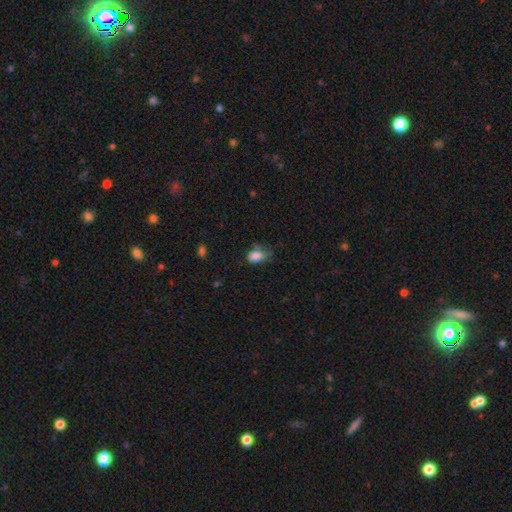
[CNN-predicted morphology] A smooth galaxy with no disk features (82%) that is in between round and cigar-shaped (80%).

Vote fractions:
- Smooth or featured? smooth: 82% / featured or disk: 9% / star or artifact: 9%
- How rounded? in between: 80% / round: 19% / cigar-shaped: 1%
- Merging? none: 40% / minor disturbance: 36% / major disturbance: 21% / merger: 2%